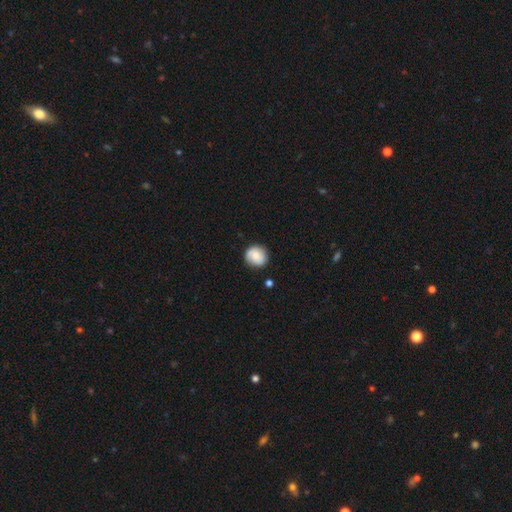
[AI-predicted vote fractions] Morphology: type=smooth (71%); roundness=round (88%); merging=none (82%).